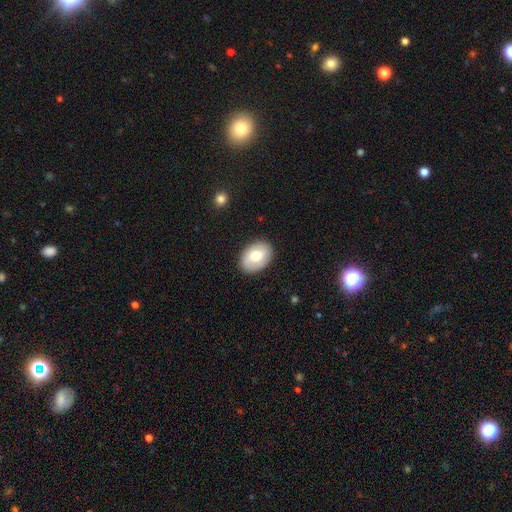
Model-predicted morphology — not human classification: A smooth galaxy with no disk features (68%) that is in between round and cigar-shaped (78%).

Vote fractions:
- Smooth or featured? smooth: 68% / featured or disk: 26% / star or artifact: 6%
- How rounded? in between: 78% / round: 21% / cigar-shaped: 1%
- Merging? none: 87% / minor disturbance: 10% / major disturbance: 3% / merger: 1%